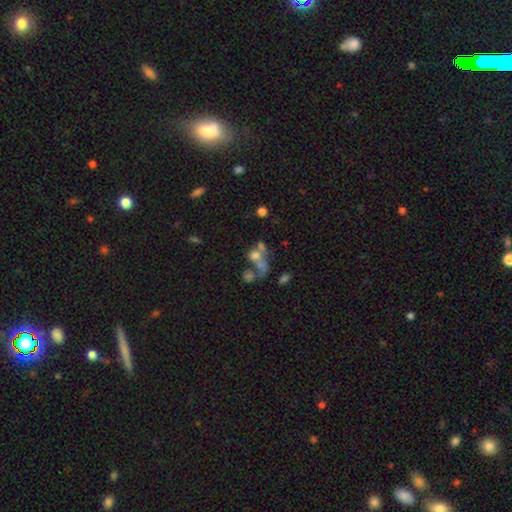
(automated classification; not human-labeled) smooth_or_featured: smooth (p=0.34) [tied with: featured or disk p=0.34]
merging: merger (p=0.39) [alt: none p=0.37]